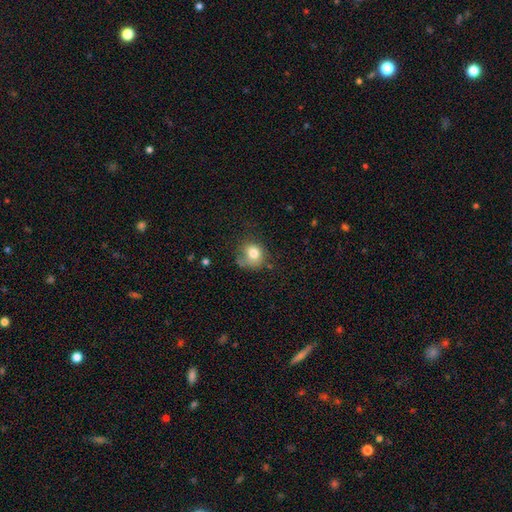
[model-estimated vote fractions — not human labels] The model was most divided on "merging": none: 59%, minor disturbance: 26%, major disturbance: 12%, merger: 4%. More confident: how rounded — round (78%); smooth or featured — smooth (72%).